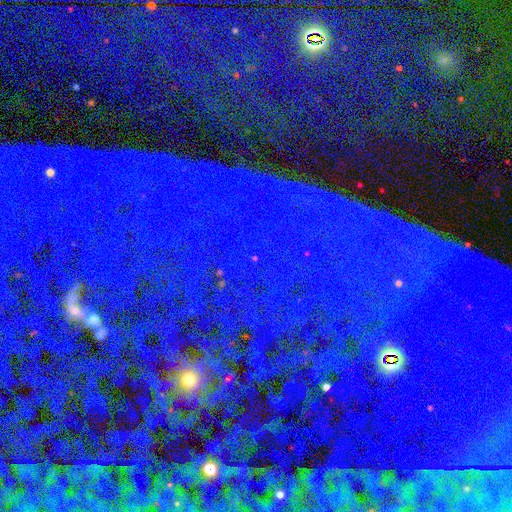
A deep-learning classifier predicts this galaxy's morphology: This is clearly a star or artifact rather than a galaxy (86%).